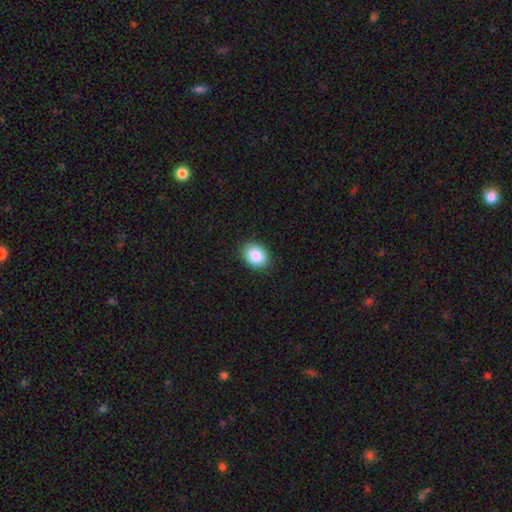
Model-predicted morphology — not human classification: A smooth galaxy with no disk features (86%) that is in between round and cigar-shaped (56%). Merging: none (90%).